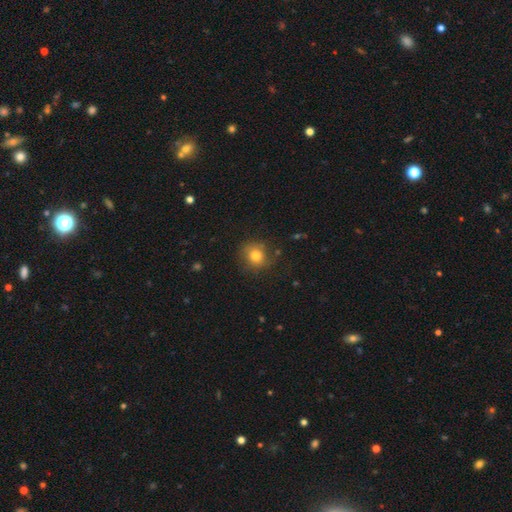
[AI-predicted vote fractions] Smooth or featured: smooth — 79% (star or artifact — 12%)
How rounded: round — 82% (in between — 17%)
Merging: none — 79% (minor disturbance — 15%)